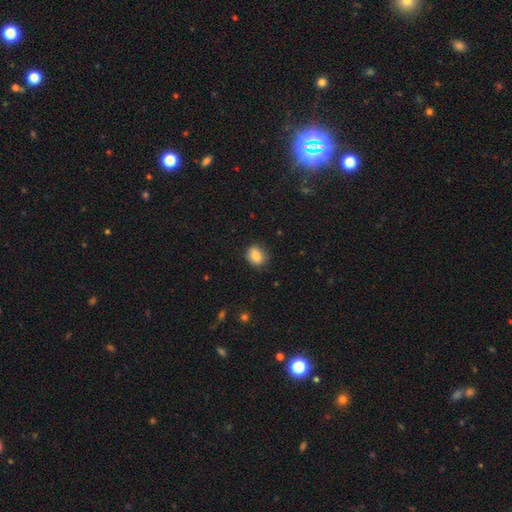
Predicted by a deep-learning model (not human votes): Overall: smooth (85%). How rounded: round (50%; in between 49%). Merging: none (82%).